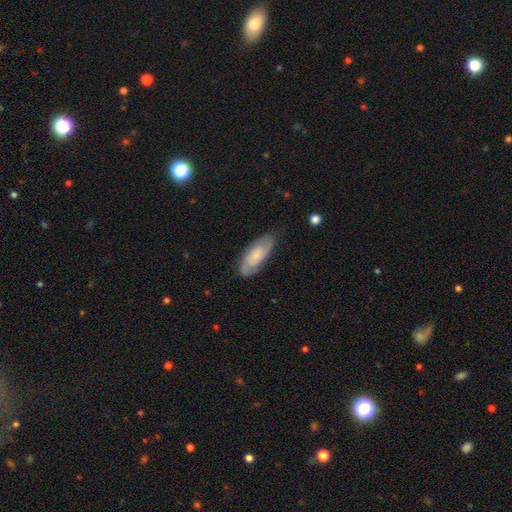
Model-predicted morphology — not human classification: Smooth or featured? featured or disk (59%)
Edge-on disk? no (90%)
Bar? no (70%)
Spiral arms? yes (89%)
Bulge size? small (63%)
Merging? none (77%)